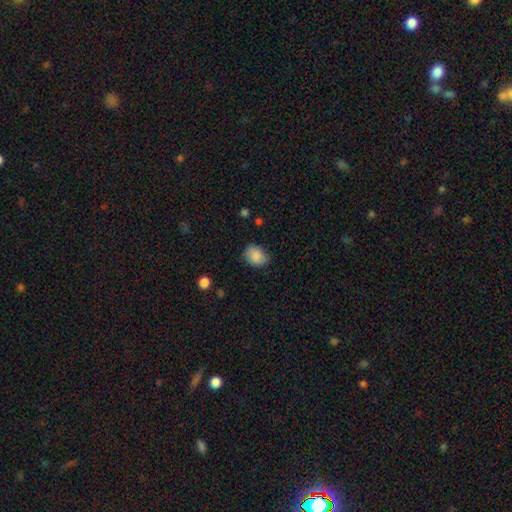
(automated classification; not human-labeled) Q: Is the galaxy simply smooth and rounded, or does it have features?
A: smooth — 84%.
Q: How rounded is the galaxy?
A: in between — 60%.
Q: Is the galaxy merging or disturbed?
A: none — 75%.